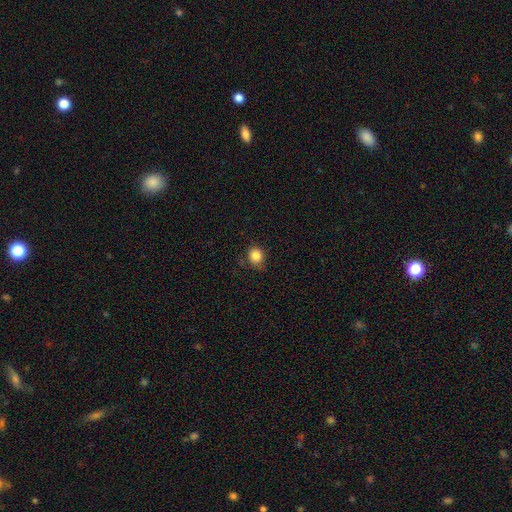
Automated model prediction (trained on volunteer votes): Smooth or featured?
  - smooth: 84% *
  - star or artifact: 11%
  - featured or disk: 5%
How rounded?
  - round: 81% *
  - in between: 18%
  - cigar-shaped: 1%
Merging?
  - none: 74% *
  - minor disturbance: 20%
  - major disturbance: 5%
  - merger: 1%